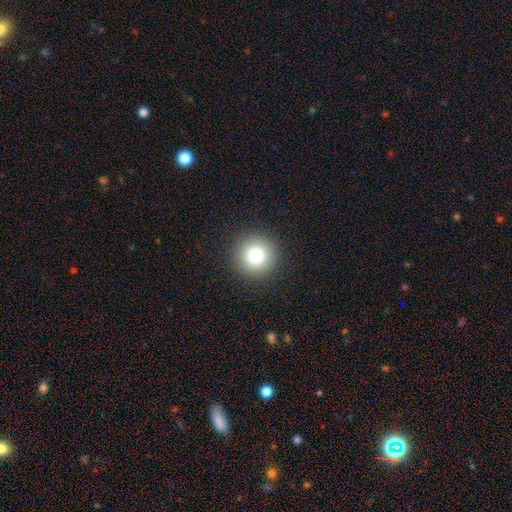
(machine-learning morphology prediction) Smooth or featured?
  - smooth: 82% *
  - star or artifact: 11%
  - featured or disk: 7%
How rounded?
  - round: 96% *
  - in between: 3%
  - cigar-shaped: 1%
Merging?
  - none: 92% *
  - minor disturbance: 5%
  - major disturbance: 2%
  - merger: 1%